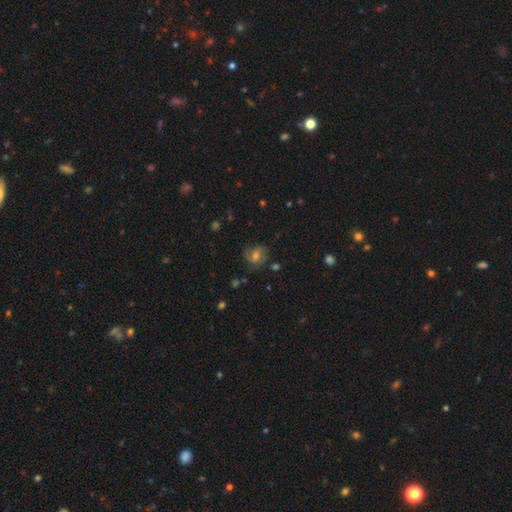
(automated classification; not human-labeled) Smooth or featured? featured or disk (54%)
Edge-on disk? no (97%)
Bar? no (45%)
Spiral arms? yes (87%)
Bulge size? moderate (59%)
Merging? none (68%)